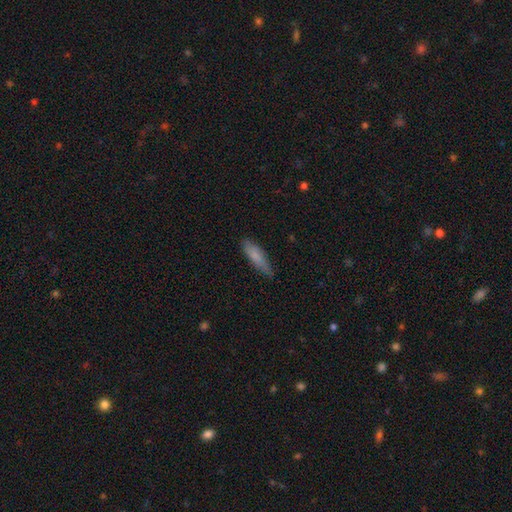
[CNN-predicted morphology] Smooth or featured? smooth (76%)
How rounded? cigar-shaped (69%)
Merging? none (72%)